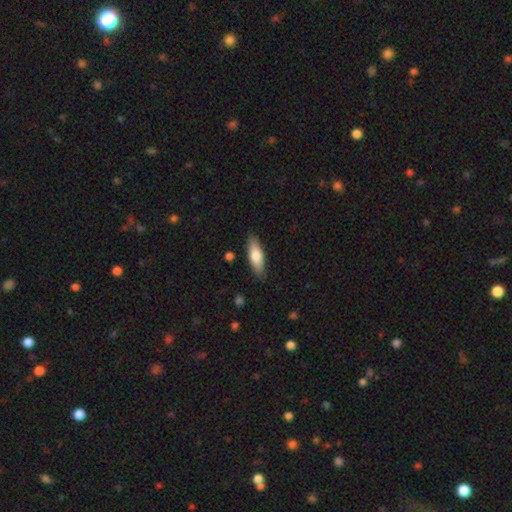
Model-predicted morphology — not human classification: Smooth or featured: smooth — 73% (featured or disk — 21%)
How rounded: in between — 57% (cigar-shaped — 41%)
Merging: none — 87% (minor disturbance — 10%)